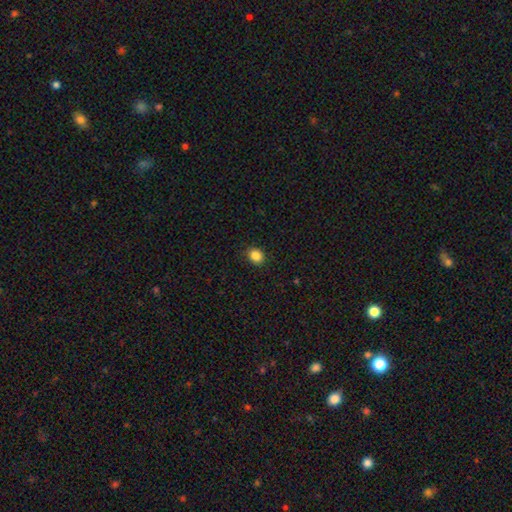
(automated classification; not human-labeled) Overall: smooth (86%). How rounded: round (66%; in between 33%). Merging: none (90%).